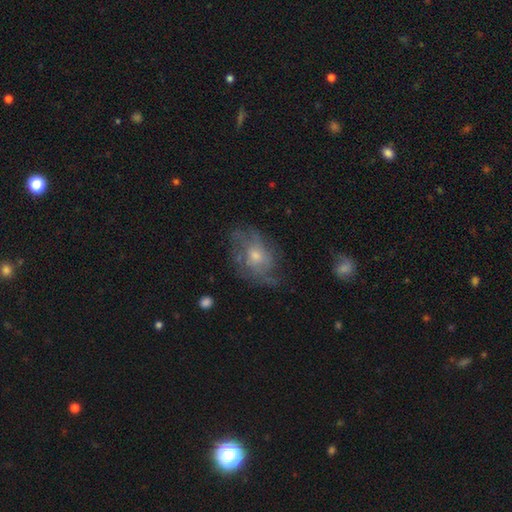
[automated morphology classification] Smooth or featured? featured or disk (63%)
Edge-on disk? no (95%)
Bar? no (80%)
Spiral arms? yes (74%)
Bulge size? moderate (51%)
Merging? none (61%)